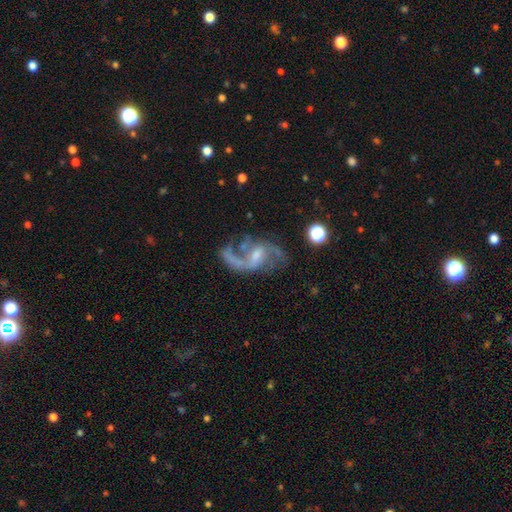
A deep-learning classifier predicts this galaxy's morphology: featured or disk 87%, star or artifact 7%, smooth 6%. Down the decision tree: edge-on disk — no (97%); bar — weak (49%); spiral arms — yes (95%); spiral arm count — 2 (82%); spiral winding — loose (68%); bulge size — small (50%); merging — none (56%).